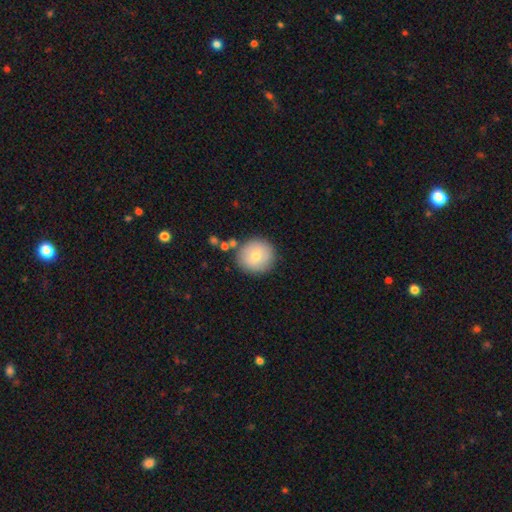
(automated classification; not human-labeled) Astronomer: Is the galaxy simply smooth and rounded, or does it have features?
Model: smooth — 75%.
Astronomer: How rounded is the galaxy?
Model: round — 93%.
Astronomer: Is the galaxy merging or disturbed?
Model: none — 84%.